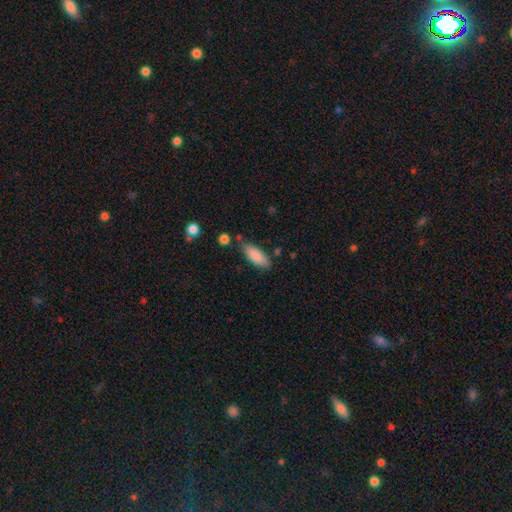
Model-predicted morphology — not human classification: smooth-or-featured: smooth: 86% | featured or disk: 8% | star or artifact: 6%
  how-rounded: in between: 72% | cigar-shaped: 26% | round: 2%
  merging: none: 71% | minor disturbance: 19% | merger: 6% | major disturbance: 4%